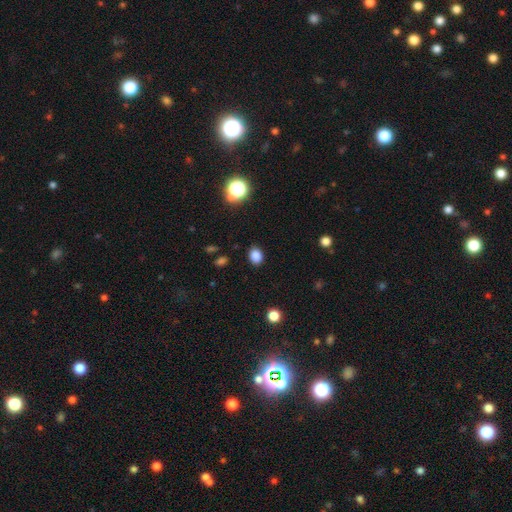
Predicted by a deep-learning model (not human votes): Q: Smooth or featured?
A: smooth (84%); runner-up: star or artifact (12%)
Q: How rounded?
A: in between (60%); runner-up: round (38%)
Q: Merging?
A: none (89%); runner-up: minor disturbance (8%)